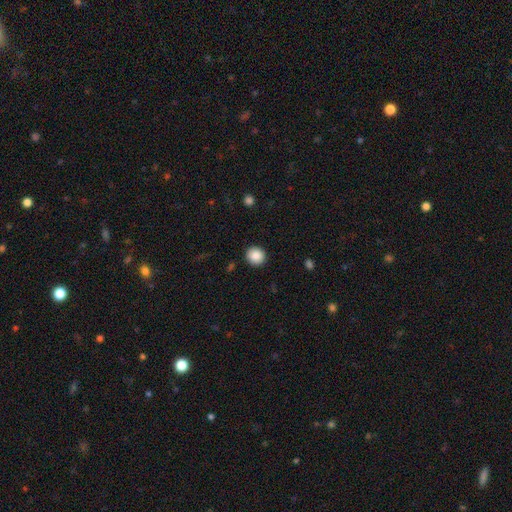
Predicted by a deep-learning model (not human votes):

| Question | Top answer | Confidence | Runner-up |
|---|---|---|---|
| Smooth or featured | smooth | 87% | star or artifact (8%) |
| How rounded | round | 89% | in between (10%) |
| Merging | none | 91% | minor disturbance (6%) |